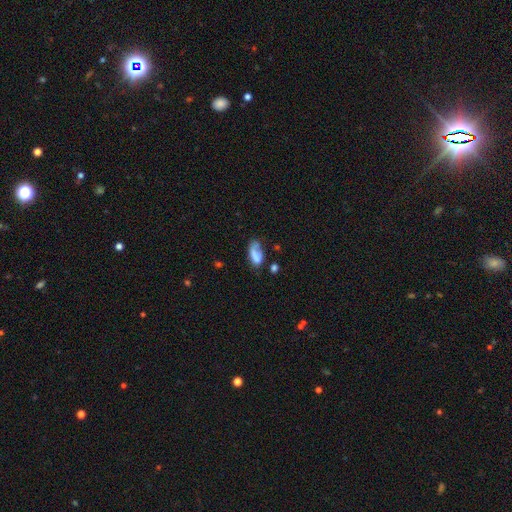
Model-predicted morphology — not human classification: The model was most divided on "merging": none: 37%, minor disturbance: 28%, major disturbance: 24%, merger: 12%. More confident: how rounded — in between (89%); smooth or featured — smooth (68%).